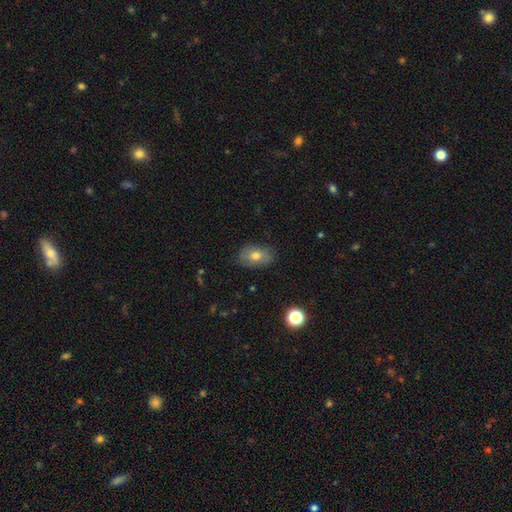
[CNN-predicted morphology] A smooth galaxy with no disk features (72%) that is in between round and cigar-shaped (85%).

Vote fractions:
- Smooth or featured? smooth: 72% / featured or disk: 19% / star or artifact: 9%
- How rounded? in between: 85% / round: 13% / cigar-shaped: 2%
- Merging? none: 79% / minor disturbance: 16% / major disturbance: 3% / merger: 1%